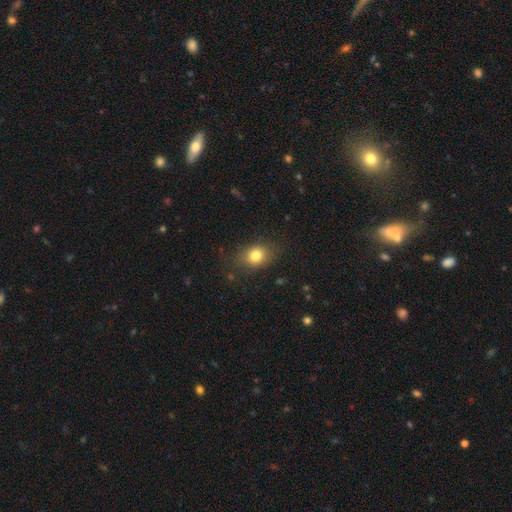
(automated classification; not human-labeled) Smooth or featured? smooth (79%)
How rounded? in between (53%)
Merging? none (78%)